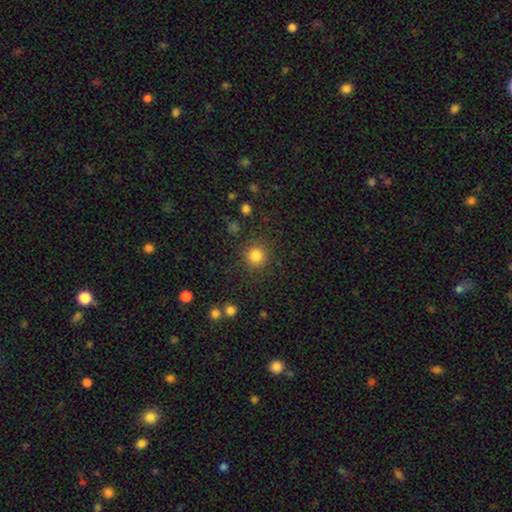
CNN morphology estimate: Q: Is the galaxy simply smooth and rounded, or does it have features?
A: smooth — 83%.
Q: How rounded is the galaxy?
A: round — 92%.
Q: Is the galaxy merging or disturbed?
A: none — 85%.